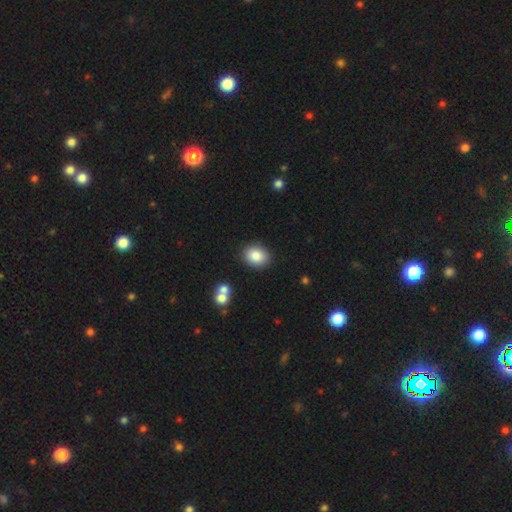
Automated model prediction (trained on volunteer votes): Smooth or featured? Predicted: smooth (p=0.86). How rounded? Predicted: in between (p=0.57). Merging? Predicted: none (p=0.87).